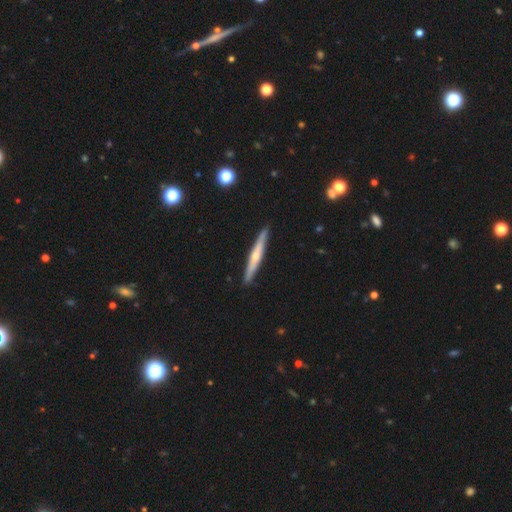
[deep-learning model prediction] Morphology: type=featured or disk (58%); edge-on=yes (96%); edge-on bulge=rounded (69%); merging=none (90%).